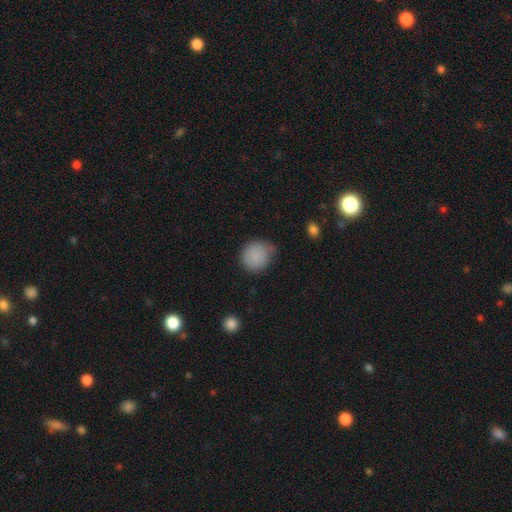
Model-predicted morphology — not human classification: Smooth or featured? smooth (86%)
How rounded? round (84%)
Merging? none (65%)